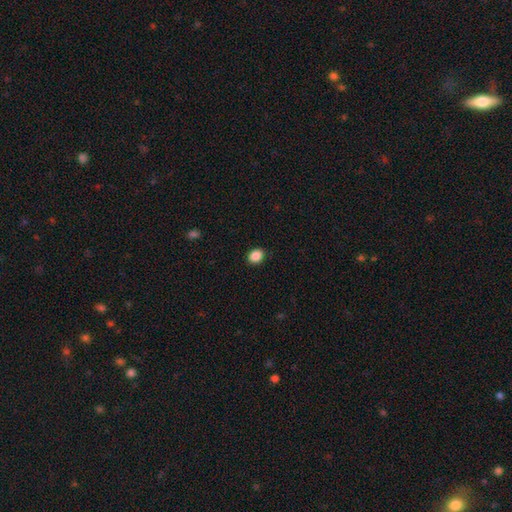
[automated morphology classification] A smooth galaxy with no disk features (88%) that is in between round and cigar-shaped (54%). Merging: none (90%).